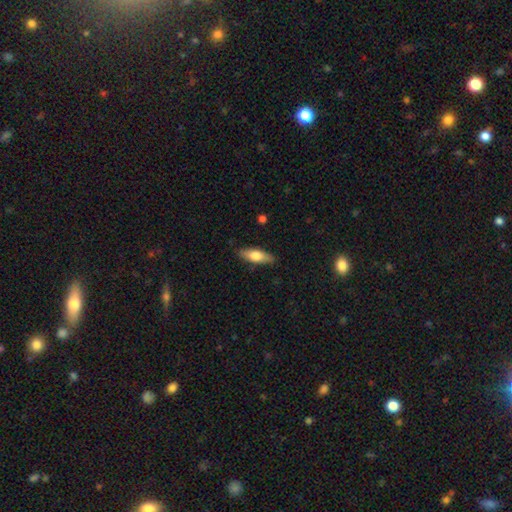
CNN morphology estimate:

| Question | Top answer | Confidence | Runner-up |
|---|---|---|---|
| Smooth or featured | smooth | 71% | featured or disk (23%) |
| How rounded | in between | 65% | cigar-shaped (33%) |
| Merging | none | 85% | minor disturbance (11%) |